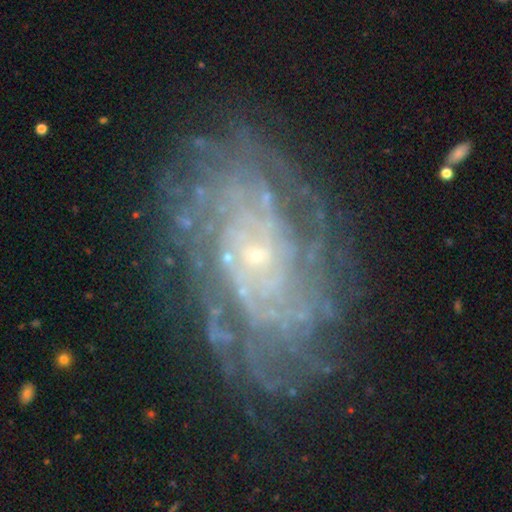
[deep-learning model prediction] Smooth or featured? featured or disk (86%)
Edge-on disk? no (96%)
Bar? no (75%)
Spiral arms? yes (95%)
Spiral winding? tight (74%)
Spiral arm count? can't tell (38%)
Bulge size? small (81%)
Merging? none (77%)